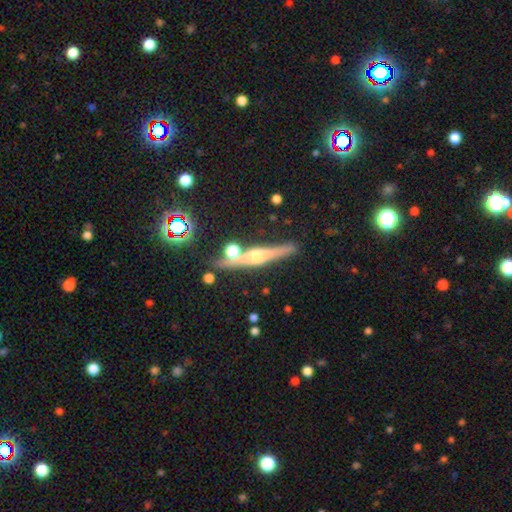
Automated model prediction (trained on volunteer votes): The model was most divided on "smooth or featured": featured or disk: 68%, smooth: 18%, star or artifact: 14%. More confident: edge-on disk — yes (95%); edge-on bulge — rounded (89%); merging — none (79%).